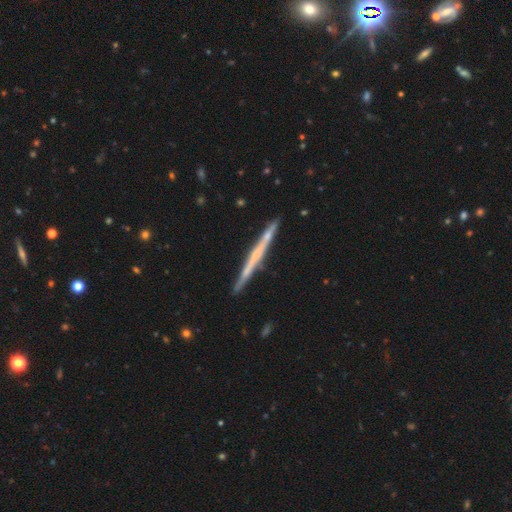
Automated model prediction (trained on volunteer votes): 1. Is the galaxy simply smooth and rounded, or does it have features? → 59% featured or disk, 36% smooth, 5% star or artifact.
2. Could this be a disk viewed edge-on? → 98% yes, 2% no.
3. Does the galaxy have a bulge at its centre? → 83% none, 10% rounded, 7% boxy.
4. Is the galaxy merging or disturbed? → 88% none, 8% minor disturbance, 2% merger, 1% major disturbance.